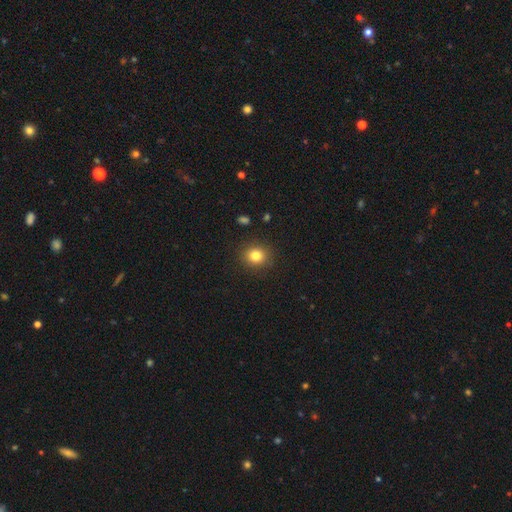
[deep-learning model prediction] smooth-or-featured: smooth: 82% | star or artifact: 12% | featured or disk: 6%
  how-rounded: round: 83% | in between: 16% | cigar-shaped: 1%
  merging: none: 90% | minor disturbance: 7% | major disturbance: 2% | merger: 1%